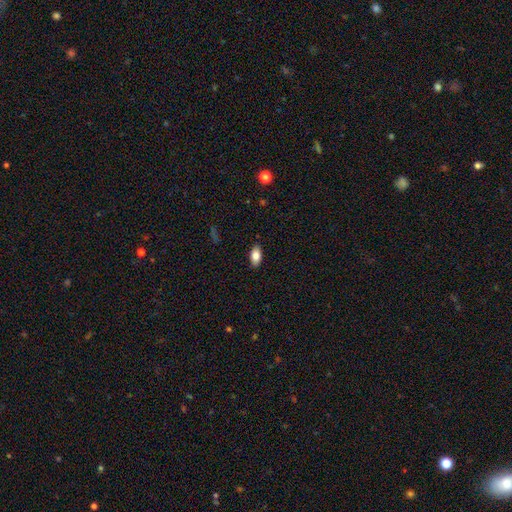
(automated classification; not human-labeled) The model was most divided on "smooth or featured": smooth: 82%, featured or disk: 10%, star or artifact: 8%. More confident: how rounded — in between (91%); merging — none (88%).